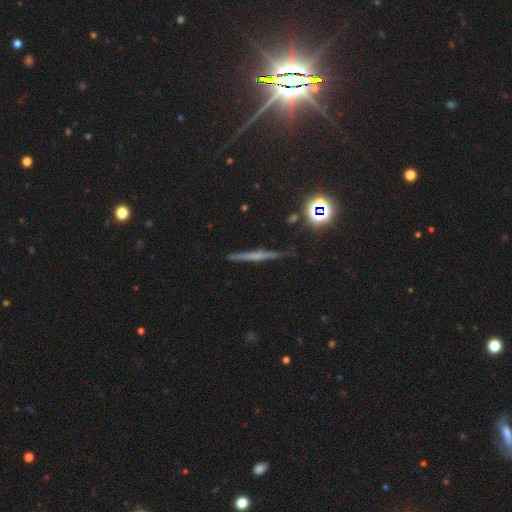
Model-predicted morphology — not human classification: Overall: featured or disk (51%; smooth 31%). Edge-on disk: yes (96%). Merging: none (87%).